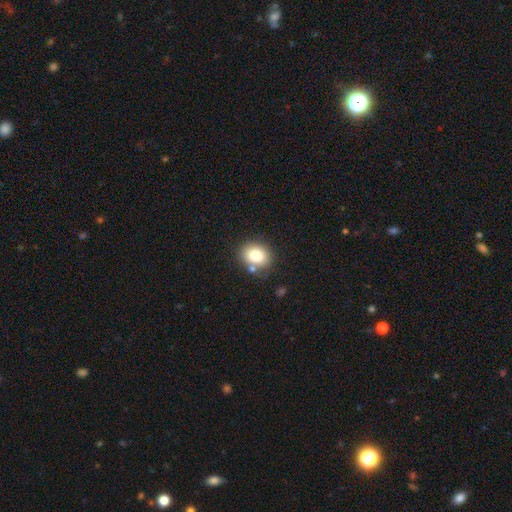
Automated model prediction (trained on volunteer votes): The model was most divided on "how rounded": round: 55%, in between: 44%, cigar-shaped: 1%. More confident: smooth or featured — smooth (80%); merging — none (76%).